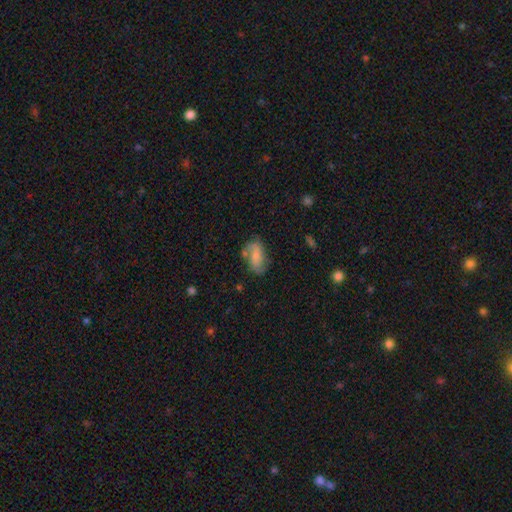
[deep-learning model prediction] The model was most divided on "smooth or featured" (2-way tie): featured or disk: 46%, smooth: 46%, star or artifact: 8%. More confident: merging — none (55%).